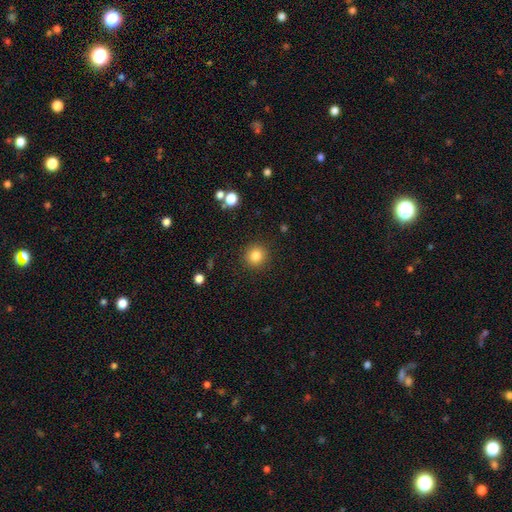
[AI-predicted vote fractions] Smooth or featured? Predicted: smooth (p=0.84). How rounded? Predicted: round (p=0.92). Merging? Predicted: none (p=0.90).